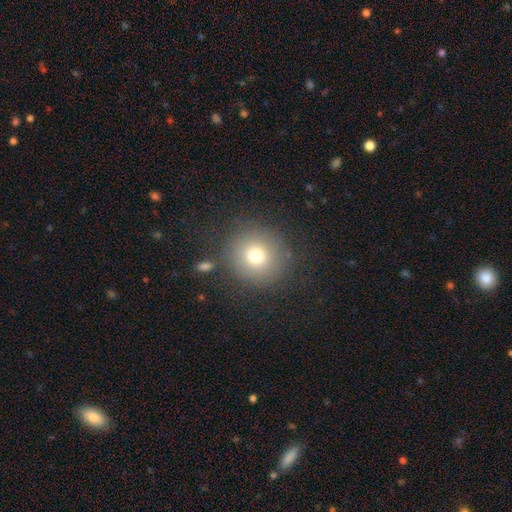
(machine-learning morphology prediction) A smooth galaxy with no disk features (74%) that is round (93%). Merging: none (82%).